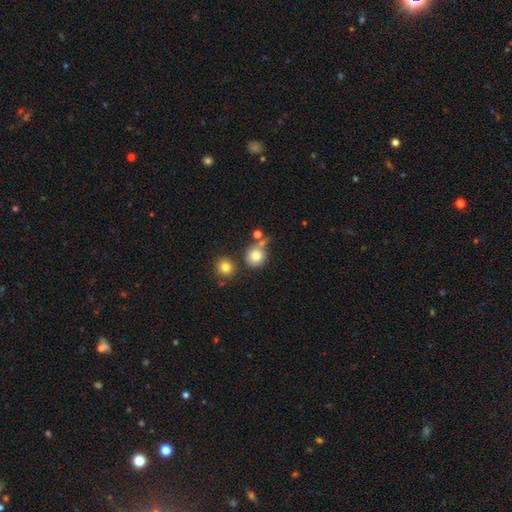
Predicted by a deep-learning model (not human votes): Q: Smooth or featured?
A: smooth (80%); runner-up: star or artifact (11%)
Q: How rounded?
A: round (86%); runner-up: in between (13%)
Q: Merging?
A: none (62%); runner-up: merger (19%)